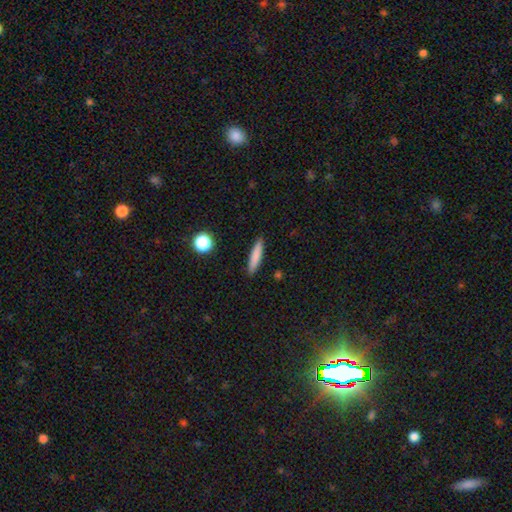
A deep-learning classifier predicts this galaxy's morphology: Smooth or featured?
  - smooth: 81% *
  - featured or disk: 12%
  - star or artifact: 8%
How rounded?
  - cigar-shaped: 87% *
  - in between: 11%
  - round: 2%
Merging?
  - none: 90% *
  - minor disturbance: 7%
  - major disturbance: 2%
  - merger: 1%